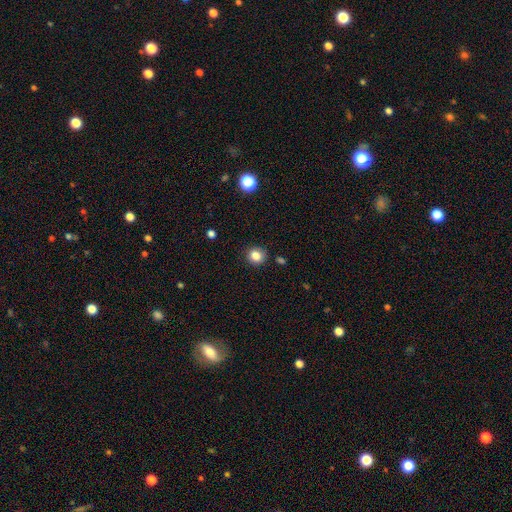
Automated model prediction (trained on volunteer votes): Smooth or featured: smooth — 83% (star or artifact — 11%)
How rounded: round — 86% (in between — 13%)
Merging: none — 88% (minor disturbance — 8%)